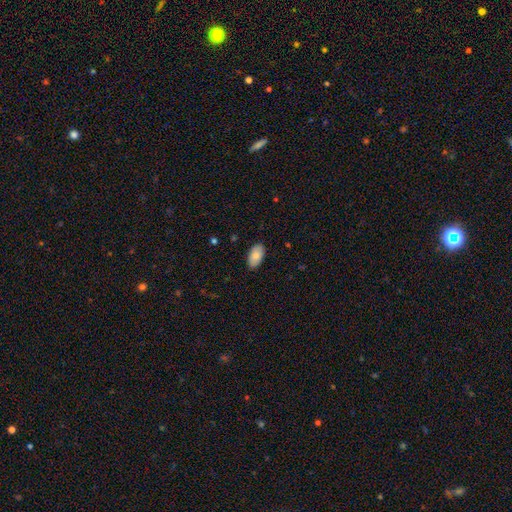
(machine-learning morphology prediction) A smooth galaxy with no disk features (81%) that is in between round and cigar-shaped (95%).

Vote fractions:
- Smooth or featured? smooth: 81% / featured or disk: 13% / star or artifact: 6%
- How rounded? in between: 95% / round: 3% / cigar-shaped: 2%
- Merging? none: 86% / minor disturbance: 11% / major disturbance: 2% / merger: 1%